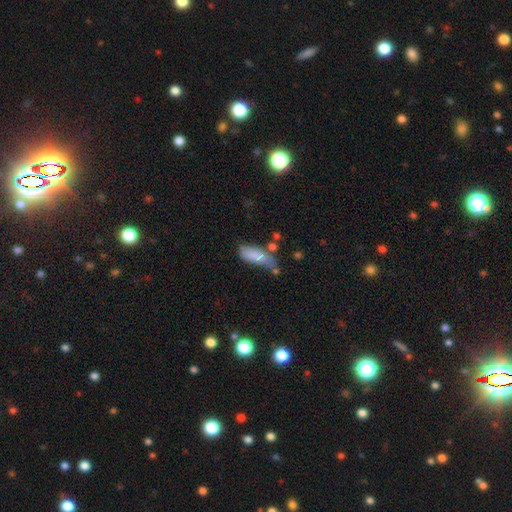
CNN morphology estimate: smooth-or-featured: smooth: 78% | featured or disk: 15% | star or artifact: 8%
  how-rounded: in between: 69% | cigar-shaped: 28% | round: 2%
  merging: none: 39% | minor disturbance: 31% | major disturbance: 15% | merger: 15%